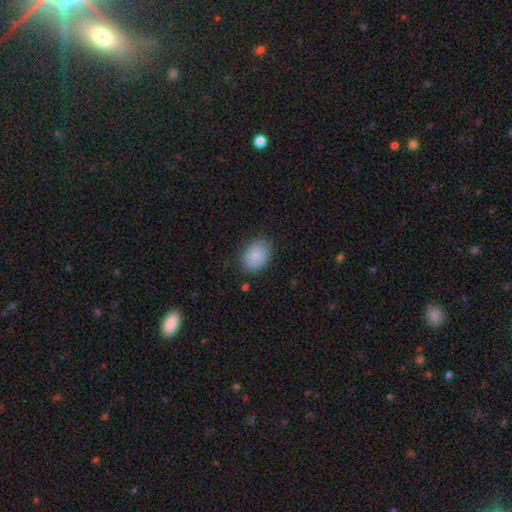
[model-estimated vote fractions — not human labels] Smooth or featured? smooth (87%)
How rounded? in between (73%)
Merging? none (78%)